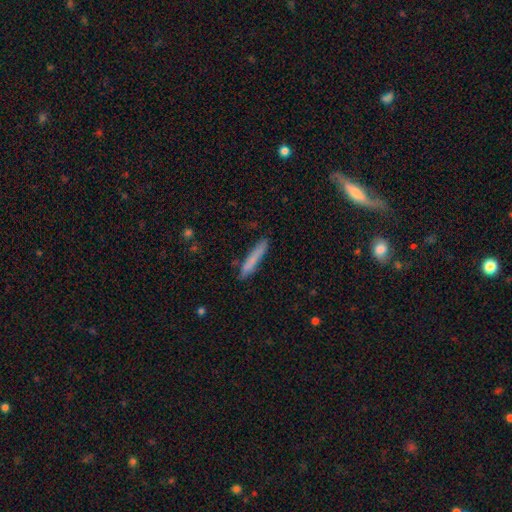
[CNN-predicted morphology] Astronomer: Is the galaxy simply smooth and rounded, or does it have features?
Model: smooth — 77%.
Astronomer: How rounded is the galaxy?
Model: cigar-shaped — 93%.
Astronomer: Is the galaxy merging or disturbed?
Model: none — 80%.